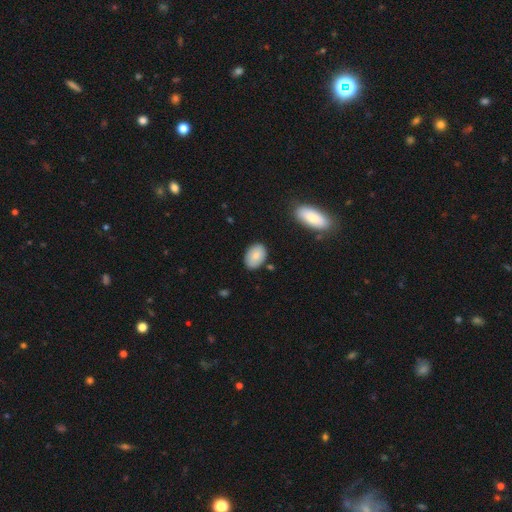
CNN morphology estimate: This appears to be a smooth galaxy with no disk features (84%) that is in between round and cigar-shaped (89%). Merging: none (83%).